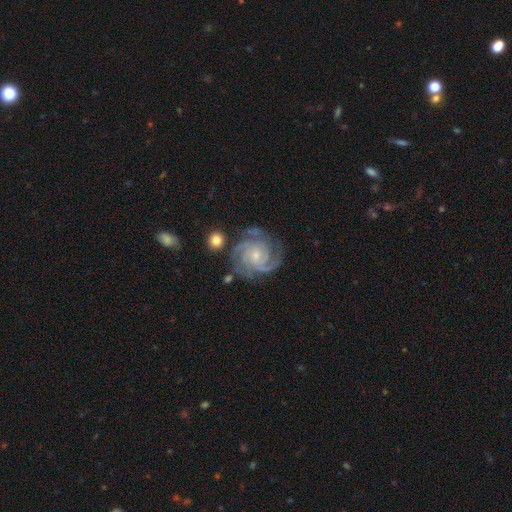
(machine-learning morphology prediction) Smooth or featured? featured or disk (90%)
Edge-on disk? no (98%)
Bar? no (71%)
Spiral arms? yes (98%)
Spiral winding? tight (67%)
Spiral arm count? 3 (40%)
Bulge size? small (71%)
Merging? none (72%)